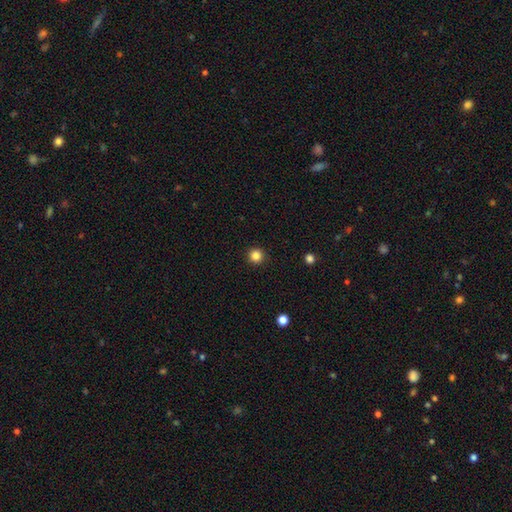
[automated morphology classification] This is clearly a smooth galaxy (84%). How rounded: clearly round (96%). Merging: clearly none (93%).